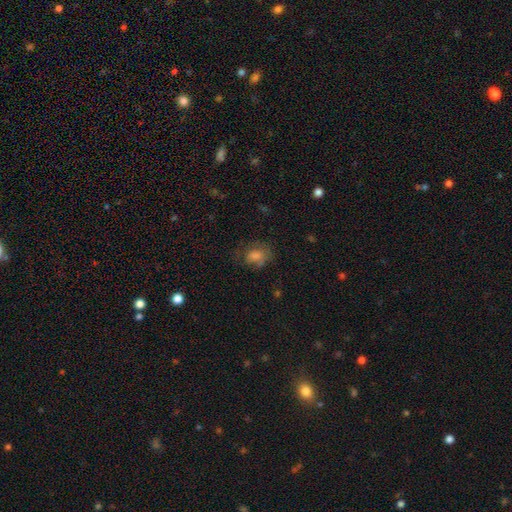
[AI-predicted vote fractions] The model was most divided on "how rounded": in between: 60%, round: 38%, cigar-shaped: 2%. More confident: merging — none (60%); smooth or featured — smooth (59%).